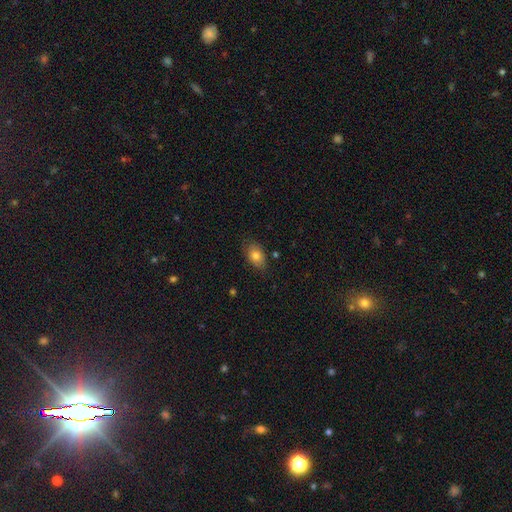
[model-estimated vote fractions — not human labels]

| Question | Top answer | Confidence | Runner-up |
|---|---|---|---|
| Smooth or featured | smooth | 80% | featured or disk (12%) |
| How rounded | in between | 84% | round (14%) |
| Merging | none | 78% | minor disturbance (17%) |